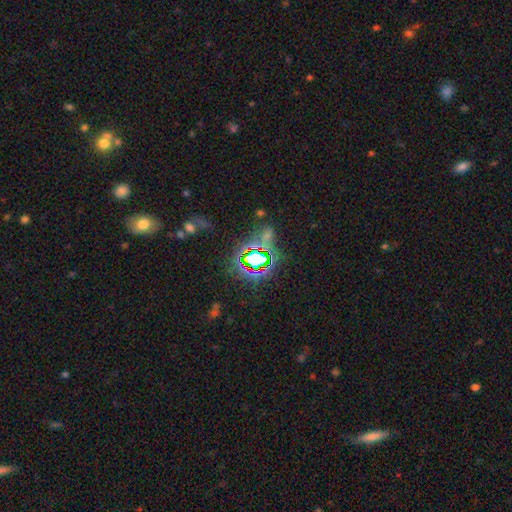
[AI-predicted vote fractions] Overall: star or artifact (72%).